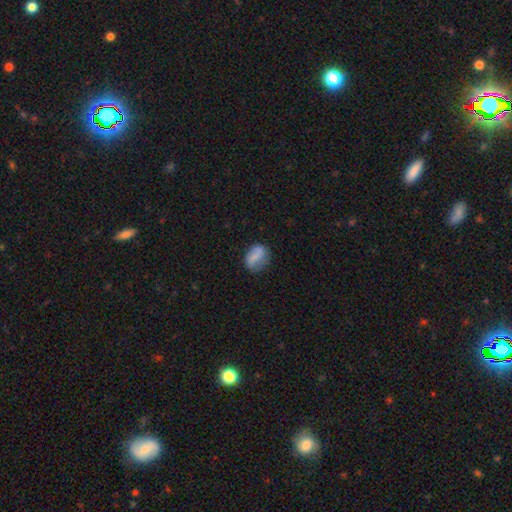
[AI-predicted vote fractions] Smooth or featured? Predicted: smooth (p=0.69). How rounded? Predicted: in between (p=0.71). Merging? Predicted: none (p=0.59).